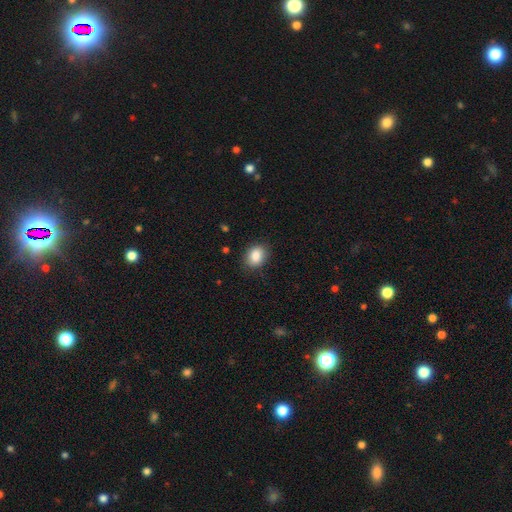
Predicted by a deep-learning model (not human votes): smooth_or_featured: smooth (p=0.86) [alt: star or artifact p=0.08]
how_rounded: in between (p=0.66) [alt: round p=0.33]
merging: none (p=0.86) [alt: minor disturbance p=0.11]